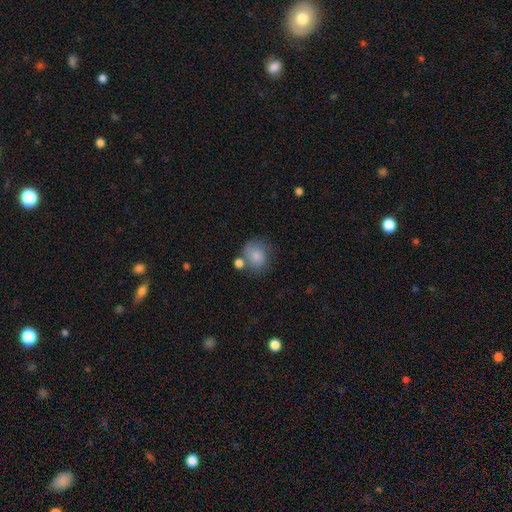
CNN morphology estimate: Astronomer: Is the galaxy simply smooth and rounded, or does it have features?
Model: smooth — 74%.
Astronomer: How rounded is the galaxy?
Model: round — 71%.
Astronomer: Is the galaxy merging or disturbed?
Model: none — 50%.